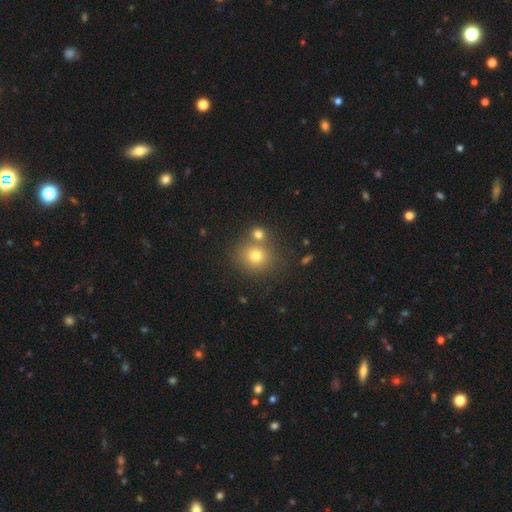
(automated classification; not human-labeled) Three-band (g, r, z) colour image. It shows a smooth galaxy with no disk features (75%) that is round (87%). Merging: none (63%).